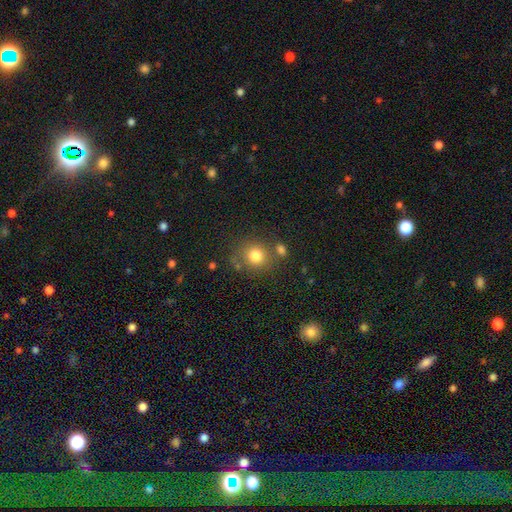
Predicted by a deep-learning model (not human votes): smooth_or_featured: smooth (p=0.79) [alt: star or artifact p=0.12]
how_rounded: round (p=0.82) [alt: in between p=0.17]
merging: none (p=0.70) [alt: minor disturbance p=0.13]